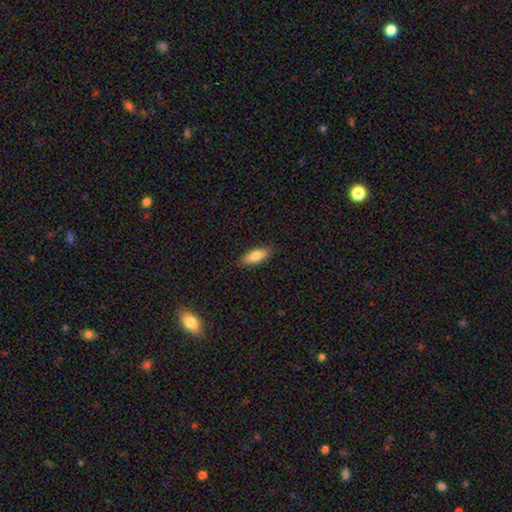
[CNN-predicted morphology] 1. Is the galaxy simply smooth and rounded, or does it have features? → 79% smooth, 15% featured or disk, 7% star or artifact.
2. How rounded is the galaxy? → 76% in between, 22% cigar-shaped, 2% round.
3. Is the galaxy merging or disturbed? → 88% none, 9% minor disturbance, 2% major disturbance, 1% merger.